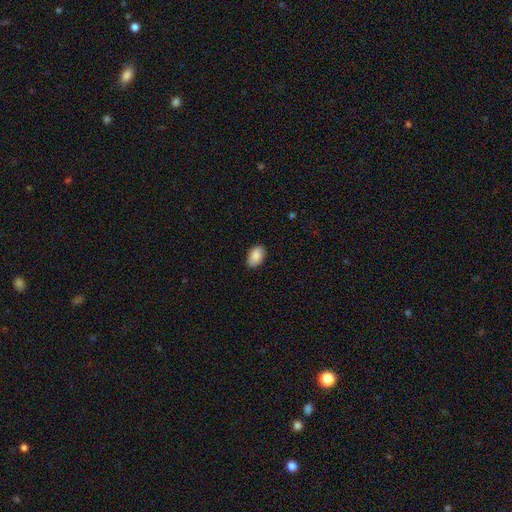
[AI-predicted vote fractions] A smooth galaxy with no disk features (89%) that is in between round and cigar-shaped (93%).

Vote fractions:
- Smooth or featured? smooth: 89% / star or artifact: 6% / featured or disk: 4%
- How rounded? in between: 93% / round: 6% / cigar-shaped: 1%
- Merging? none: 88% / minor disturbance: 9% / major disturbance: 2% / merger: 1%